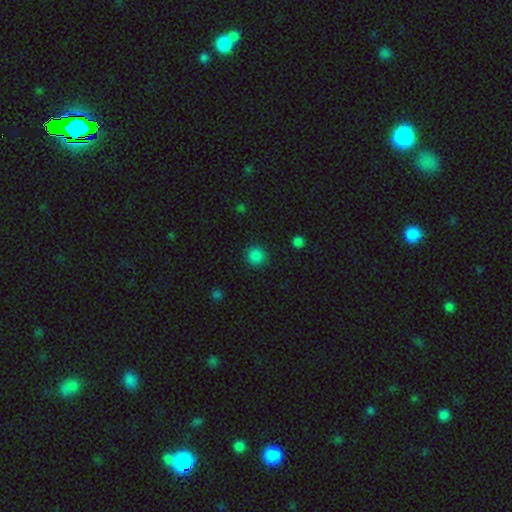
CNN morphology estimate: Smooth or featured: smooth — 86% (star or artifact — 12%)
How rounded: round — 94% (in between — 5%)
Merging: none — 91% (minor disturbance — 6%)